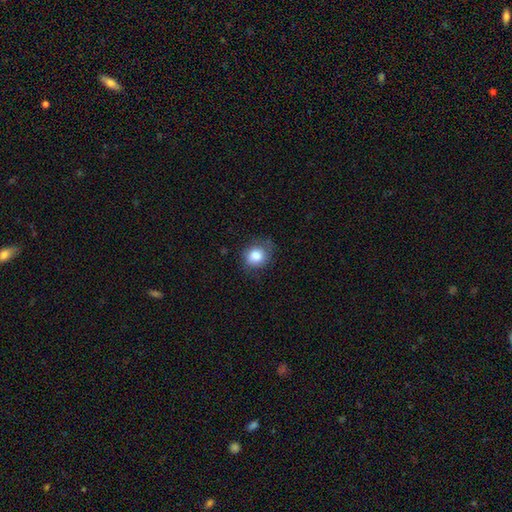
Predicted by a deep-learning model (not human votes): The model was most divided on "merging": none: 64%, minor disturbance: 26%, major disturbance: 8%, merger: 1%. More confident: smooth or featured — smooth (83%); how rounded — round (69%).